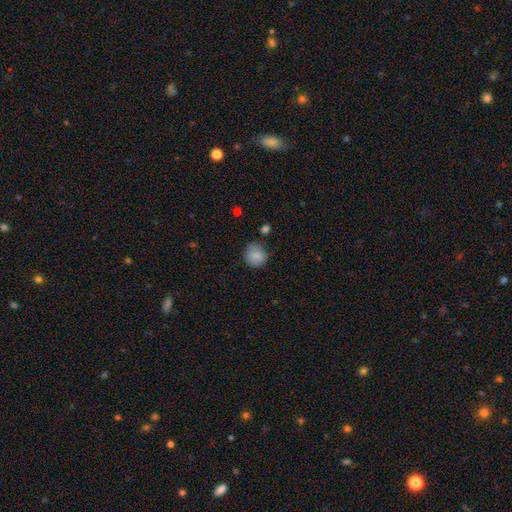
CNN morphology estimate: This appears to be a smooth galaxy with no disk features (83%) that is round (84%). Merging: none (73%).